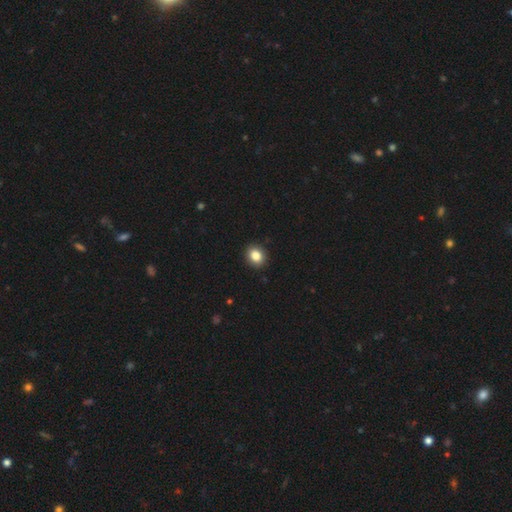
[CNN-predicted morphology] smooth_or_featured: smooth (p=0.85) [alt: star or artifact p=0.09]
how_rounded: round (p=0.55) [alt: in between p=0.44]
merging: none (p=0.91) [alt: minor disturbance p=0.06]